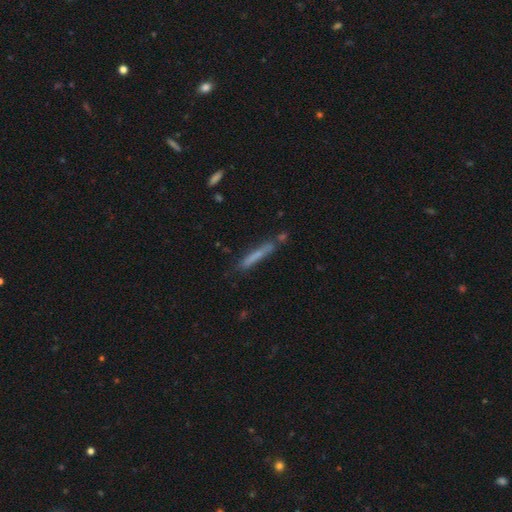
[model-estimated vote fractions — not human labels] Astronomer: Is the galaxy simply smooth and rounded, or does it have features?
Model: smooth — 64%.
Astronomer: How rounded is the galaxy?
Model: cigar-shaped — 95%.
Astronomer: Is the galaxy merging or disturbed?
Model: none — 76%.